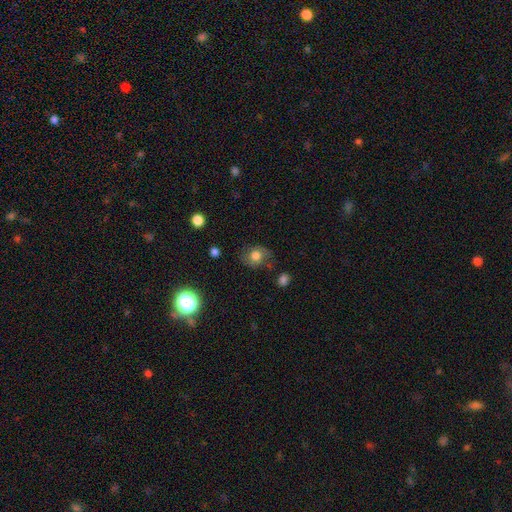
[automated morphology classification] type=smooth (67%); roundness=round (58%); merging=none (71%).